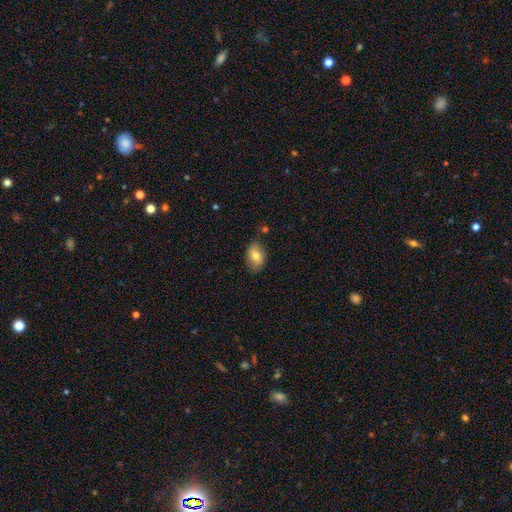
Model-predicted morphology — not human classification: Smooth or featured: smooth — 73% (featured or disk — 20%)
How rounded: in between — 86% (round — 13%)
Merging: none — 78% (minor disturbance — 16%)